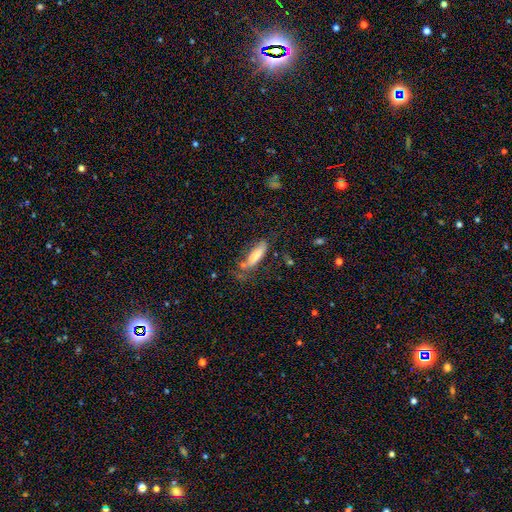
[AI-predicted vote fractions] smooth-or-featured: smooth: 74% | featured or disk: 18% | star or artifact: 8%
  how-rounded: cigar-shaped: 52% | in between: 46% | round: 2%
  merging: none: 50% | minor disturbance: 25% | major disturbance: 14% | merger: 11%